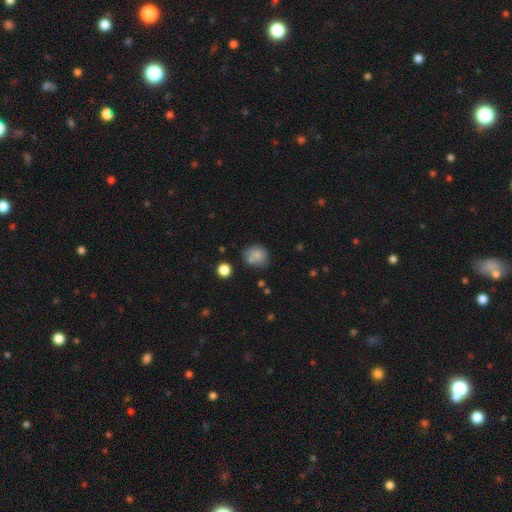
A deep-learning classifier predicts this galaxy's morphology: smooth-or-featured: smooth: 75% | featured or disk: 14% | star or artifact: 10%
  how-rounded: round: 66% | in between: 33% | cigar-shaped: 1%
  merging: none: 52% | merger: 22% | minor disturbance: 19% | major disturbance: 7%